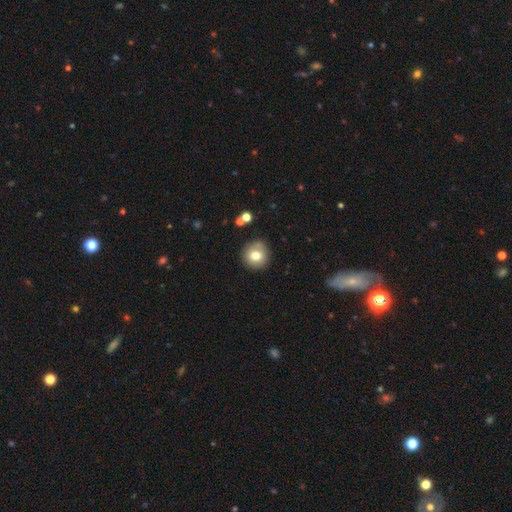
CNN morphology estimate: type=smooth (76%); roundness=round (94%); merging=none (84%).